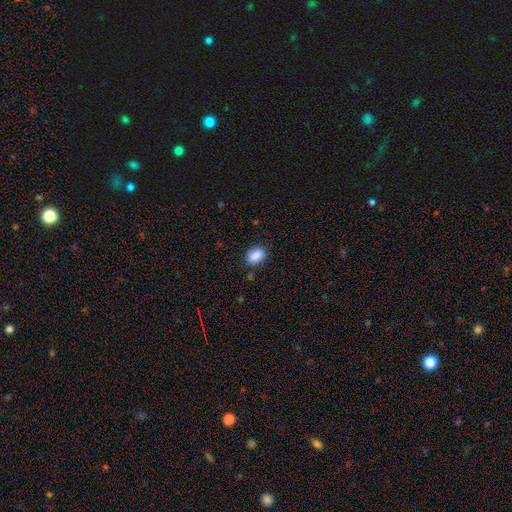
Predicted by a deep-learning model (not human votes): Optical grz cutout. It shows a smooth galaxy with no disk features (88%) that is in between round and cigar-shaped (80%). Merging: none (83%).